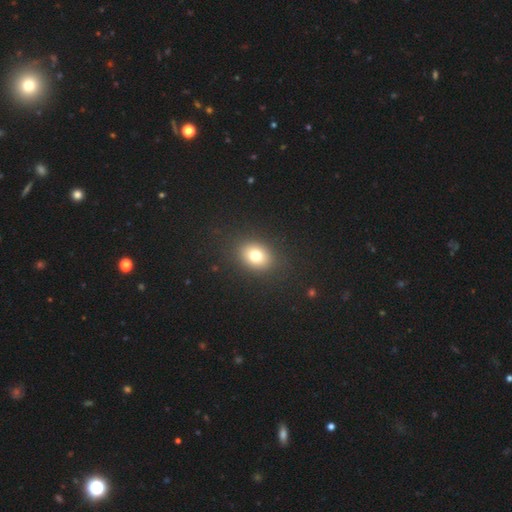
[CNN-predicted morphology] This is likely a smooth galaxy (77%). How rounded: possibly in between (52%). Merging: clearly none (88%).